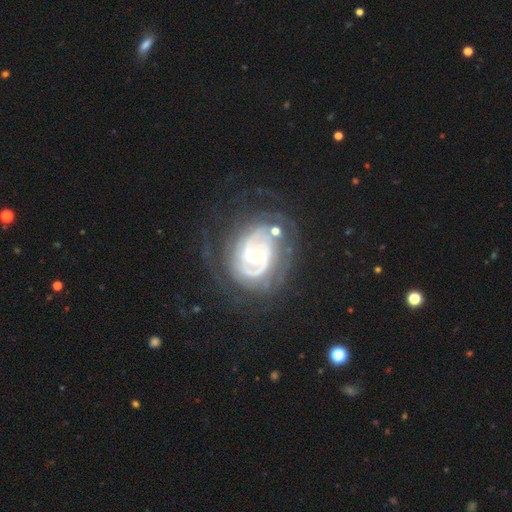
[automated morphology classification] Smooth or featured?
  - featured or disk: 89% *
  - smooth: 6%
  - star or artifact: 5%
Edge-on disk?
  - no: 97% *
  - yes: 3%
Bar?
  - weak: 45% *
  - no: 34%
  - strong: 21%
Spiral arms?
  - yes: 95% *
  - no: 5%
Spiral winding?
  - tight: 58% *
  - medium: 32%
  - loose: 10%
Spiral arm count?
  - 2: 52% *
  - can't tell: 21%
  - 3: 13%
  - 1: 5%
  - 4: 5%
  - more than 4: 4%
Bulge size?
  - moderate: 59% *
  - small: 34%
  - large: 5%
  - none: 1%
  - dominant: 1%
Merging?
  - none: 61% *
  - minor disturbance: 19%
  - major disturbance: 16%
  - merger: 4%